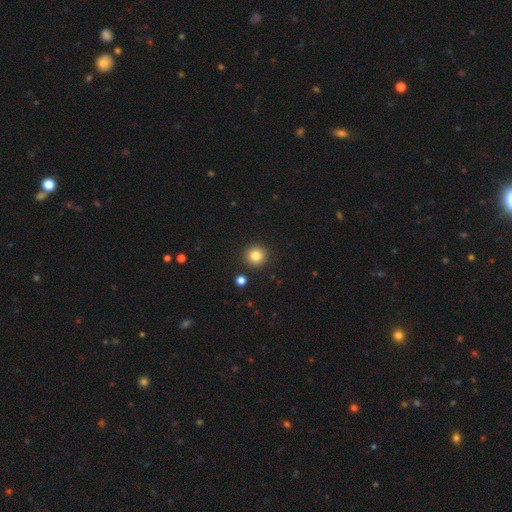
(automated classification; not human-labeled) Smooth or featured: smooth — 83% (star or artifact — 11%)
How rounded: round — 94% (in between — 5%)
Merging: none — 91% (minor disturbance — 5%)